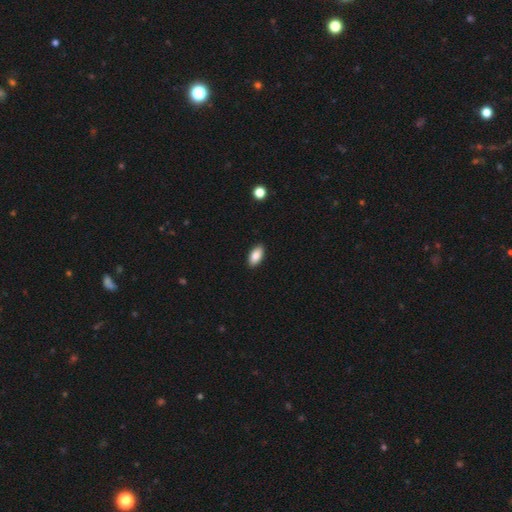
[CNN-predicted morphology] type=smooth (86%); roundness=in between (91%); merging=none (90%).